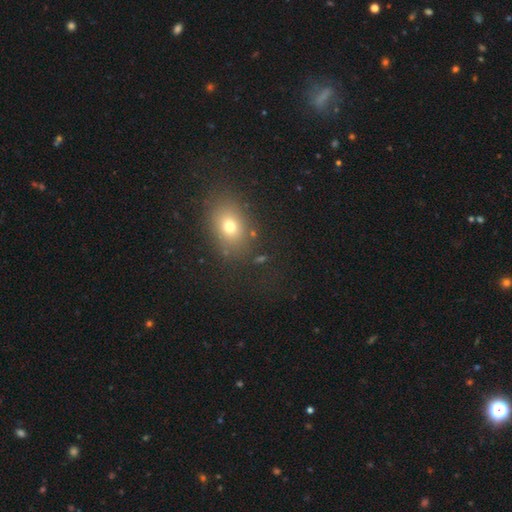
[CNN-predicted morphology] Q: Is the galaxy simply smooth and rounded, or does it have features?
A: smooth — 62%.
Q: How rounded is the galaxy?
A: in between — 60%.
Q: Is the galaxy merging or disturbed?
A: none — 83%.